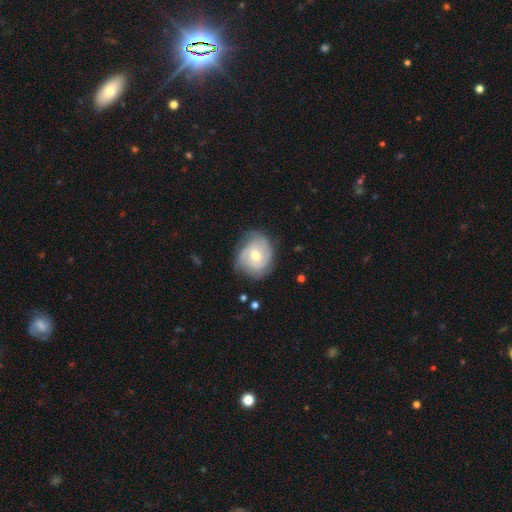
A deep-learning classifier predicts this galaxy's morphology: Q: Smooth or featured?
A: featured or disk (75%); runner-up: smooth (19%)
Q: Edge-on disk?
A: no (97%); runner-up: yes (3%)
Q: Bar?
A: no (74%); runner-up: weak (22%)
Q: Spiral arms?
A: yes (92%); runner-up: no (8%)
Q: Spiral winding?
A: tight (60%); runner-up: medium (31%)
Q: Spiral arm count?
A: 3 (36%); runner-up: can't tell (25%)
Q: Bulge size?
A: moderate (57%); runner-up: small (40%)
Q: Merging?
A: none (68%); runner-up: minor disturbance (23%)